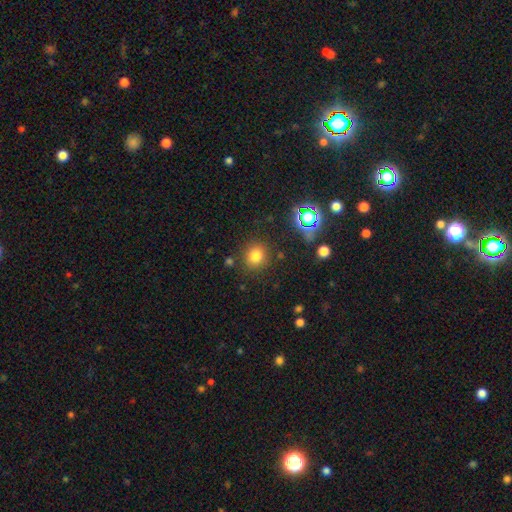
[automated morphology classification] This appears to be a smooth galaxy with no disk features (77%) that is round (83%). Merging: none (84%).